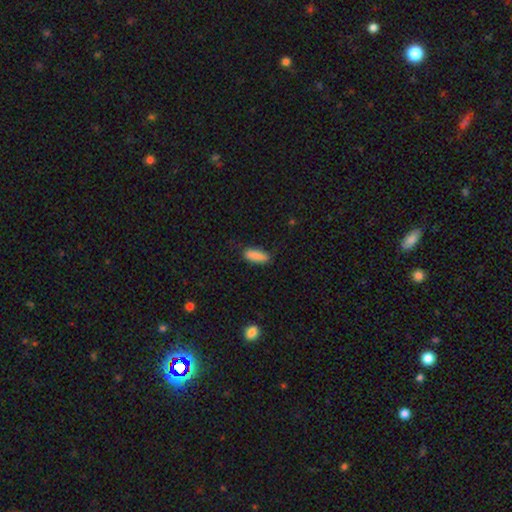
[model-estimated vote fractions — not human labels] Smooth or featured: smooth — 88% (star or artifact — 7%)
How rounded: in between — 72% (cigar-shaped — 26%)
Merging: none — 80% (minor disturbance — 16%)